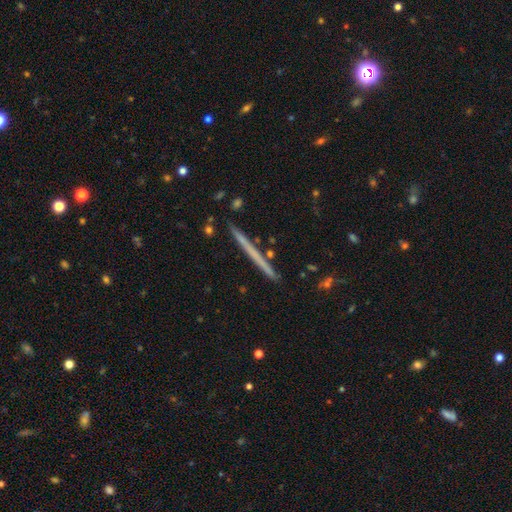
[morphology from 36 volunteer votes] A smooth galaxy with no disk features (50%) that is cigar-shaped (94%). Merging: none (83%).